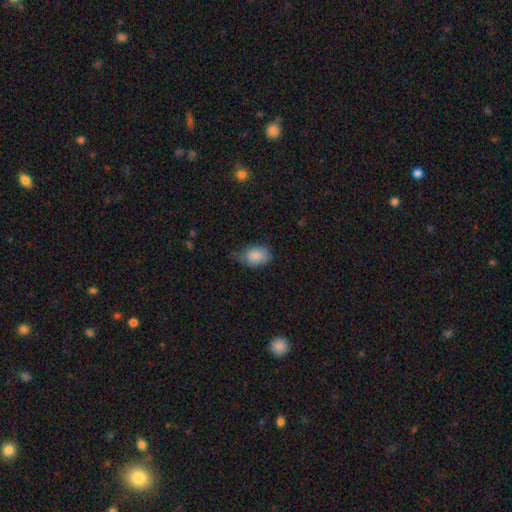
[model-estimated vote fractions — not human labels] smooth-or-featured: smooth: 86% | star or artifact: 7% | featured or disk: 7%
  how-rounded: in between: 87% | round: 12% | cigar-shaped: 1%
  merging: none: 51% | minor disturbance: 39% | major disturbance: 9% | merger: 2%